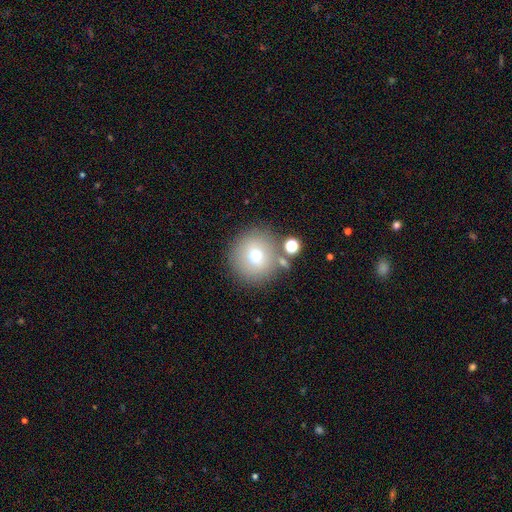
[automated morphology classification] Overall: smooth (71%). How rounded: round (93%). Merging: none (77%).